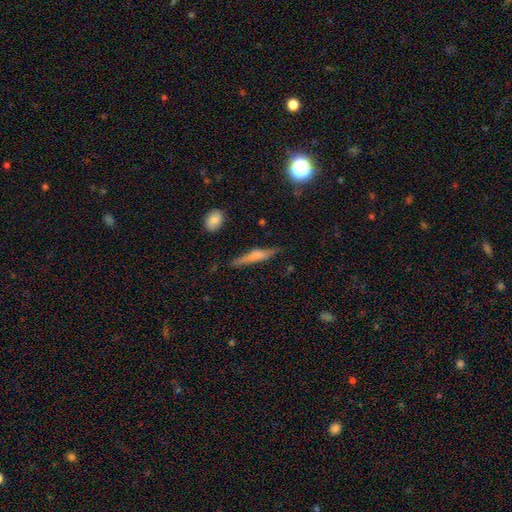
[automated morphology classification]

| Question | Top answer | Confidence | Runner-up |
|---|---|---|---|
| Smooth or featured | smooth | 48% | featured or disk (44%) |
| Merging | none | 77% | minor disturbance (16%) |